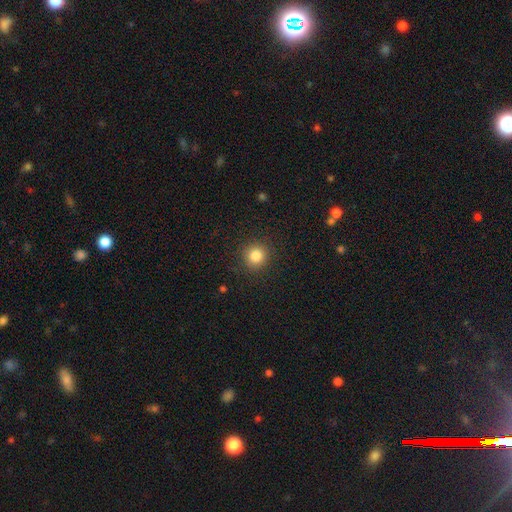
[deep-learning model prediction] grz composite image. It shows a smooth galaxy with no disk features (83%) that is round (92%). Merging: none (90%).